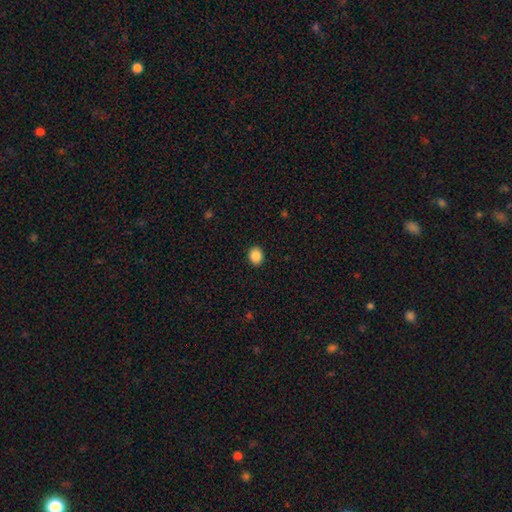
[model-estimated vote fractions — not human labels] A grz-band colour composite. It shows a smooth galaxy with no disk features (88%) that is round (56%). Merging: none (91%).